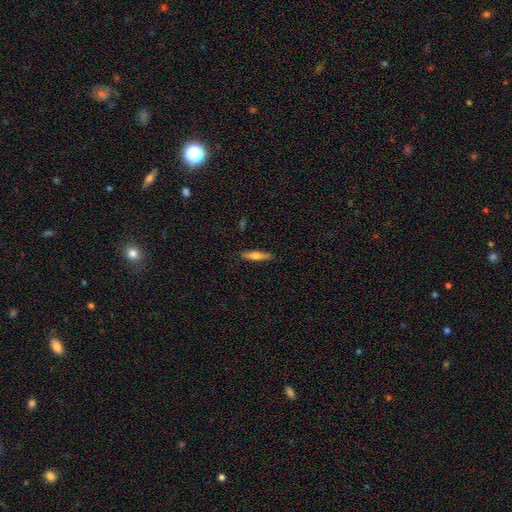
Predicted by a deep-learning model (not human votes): This is likely a smooth galaxy (62%). How rounded: clearly cigar-shaped (82%). Merging: clearly none (85%).